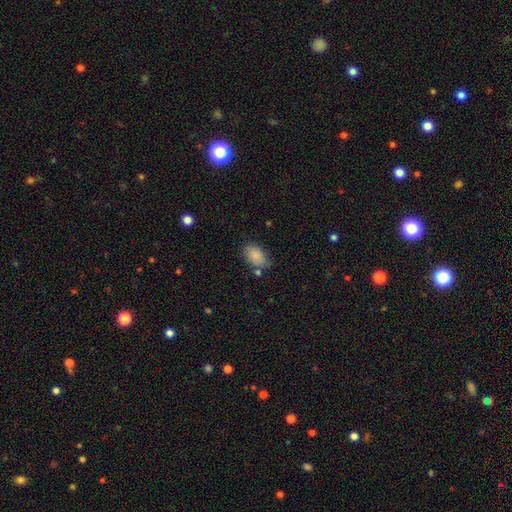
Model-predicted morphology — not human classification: Smooth or featured? smooth (87%)
How rounded? in between (90%)
Merging? none (71%)